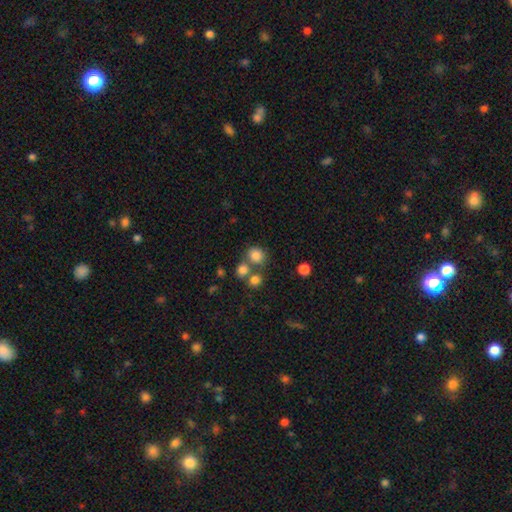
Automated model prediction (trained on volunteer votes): Q: Smooth or featured?
A: smooth (79%); runner-up: star or artifact (14%)
Q: How rounded?
A: round (80%); runner-up: in between (19%)
Q: Merging?
A: none (58%); runner-up: merger (27%)